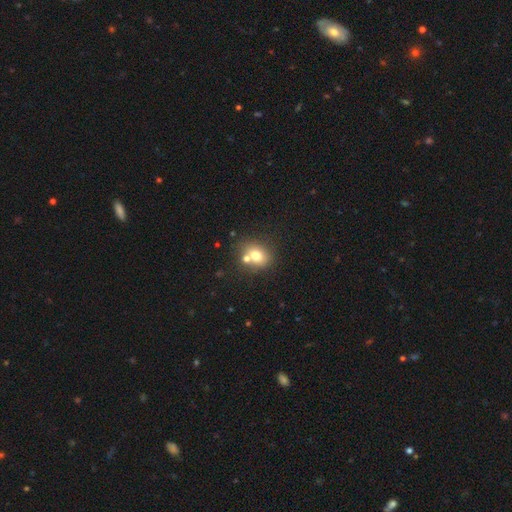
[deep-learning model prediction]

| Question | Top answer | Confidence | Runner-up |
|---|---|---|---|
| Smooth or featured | smooth | 72% | featured or disk (16%) |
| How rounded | round | 62% | in between (37%) |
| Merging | none | 55% | merger (30%) |